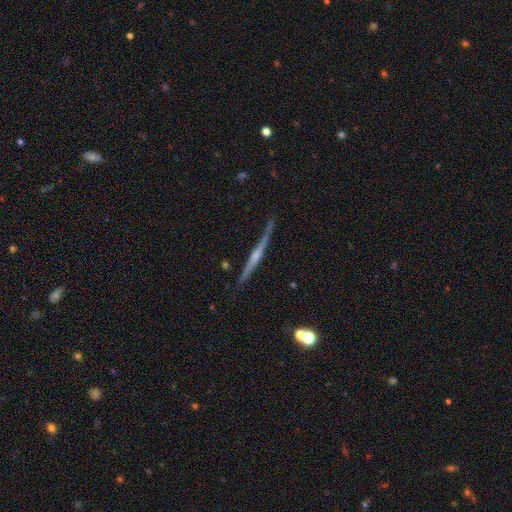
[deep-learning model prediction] Morphology: type=featured or disk (78%); edge-on=yes (98%); edge-on bulge=rounded (67%); merging=none (86%).